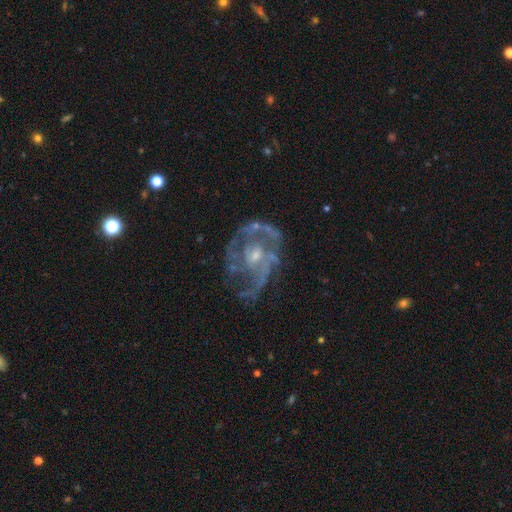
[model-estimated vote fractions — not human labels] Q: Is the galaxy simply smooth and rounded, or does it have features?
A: featured or disk — 86%.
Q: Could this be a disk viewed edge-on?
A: no — 98%.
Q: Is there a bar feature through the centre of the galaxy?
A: no — 64%.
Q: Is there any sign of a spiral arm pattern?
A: yes — 84%.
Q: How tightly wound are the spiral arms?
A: medium — 45%.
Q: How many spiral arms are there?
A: can't tell — 29%.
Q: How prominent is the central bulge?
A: small — 53%.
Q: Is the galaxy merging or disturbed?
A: none — 51%.